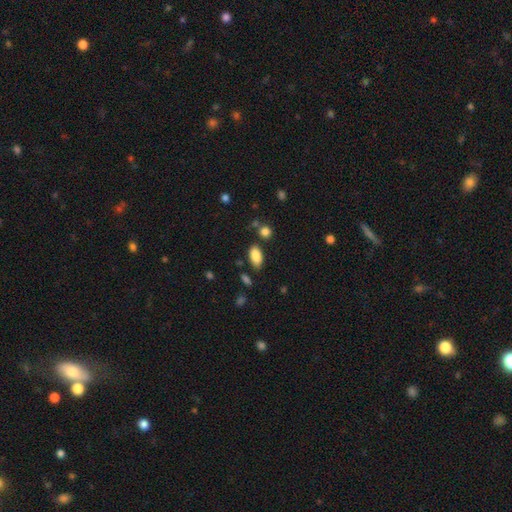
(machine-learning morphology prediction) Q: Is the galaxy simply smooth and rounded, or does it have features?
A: smooth — 87%.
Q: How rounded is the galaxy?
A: in between — 93%.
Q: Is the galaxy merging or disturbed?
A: none — 78%.